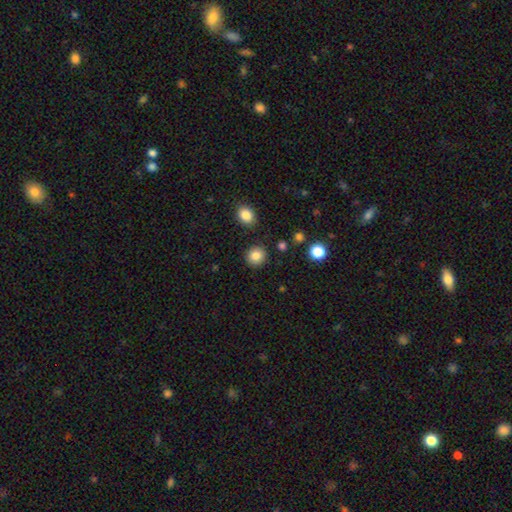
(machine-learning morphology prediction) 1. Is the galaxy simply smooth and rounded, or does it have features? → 85% smooth, 10% star or artifact, 5% featured or disk.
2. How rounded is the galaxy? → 86% round, 13% in between, 1% cigar-shaped.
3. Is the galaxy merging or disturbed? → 89% none, 7% minor disturbance, 2% merger, 2% major disturbance.